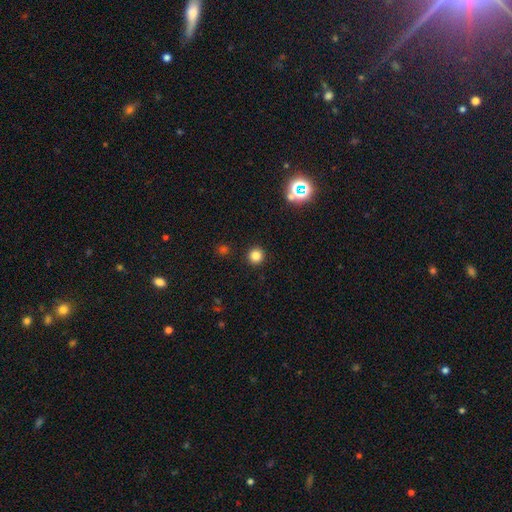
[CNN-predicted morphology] A smooth galaxy with no disk features (82%) that is round (95%).

Vote fractions:
- Smooth or featured? smooth: 82% / star or artifact: 14% / featured or disk: 4%
- How rounded? round: 95% / in between: 4% / cigar-shaped: 1%
- Merging? none: 93% / minor disturbance: 4% / major disturbance: 2% / merger: 1%